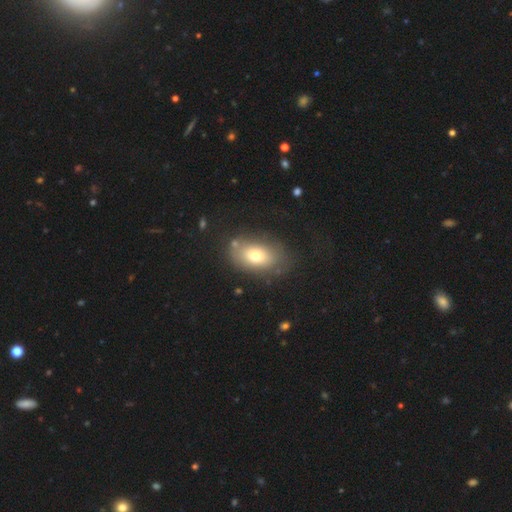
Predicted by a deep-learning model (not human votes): Smooth or featured?
  - smooth: 69% *
  - featured or disk: 20%
  - star or artifact: 10%
How rounded?
  - in between: 83% *
  - round: 15%
  - cigar-shaped: 2%
Merging?
  - none: 72% *
  - minor disturbance: 16%
  - major disturbance: 7%
  - merger: 5%